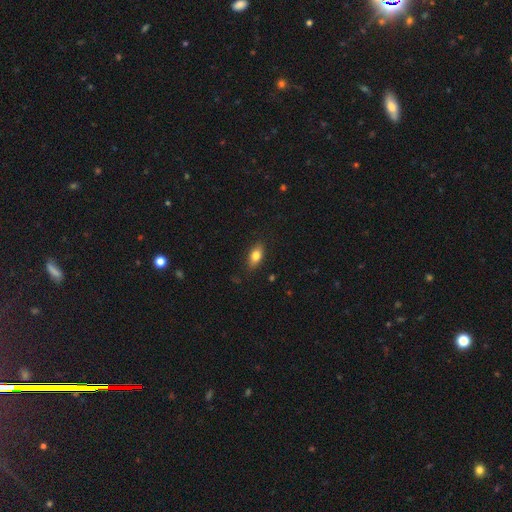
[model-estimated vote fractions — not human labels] The model was most divided on "smooth or featured": smooth: 78%, featured or disk: 14%, star or artifact: 8%. More confident: how rounded — in between (84%); merging — none (84%).